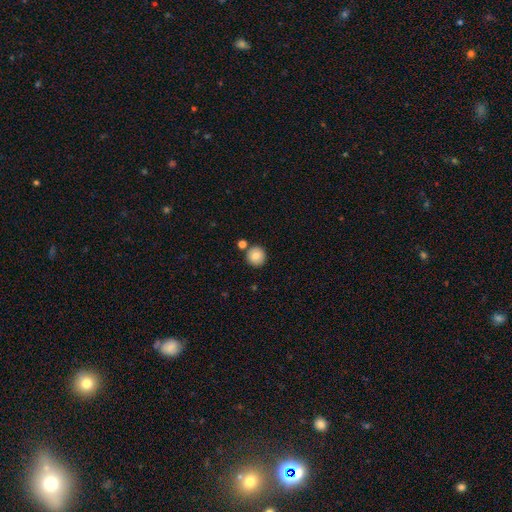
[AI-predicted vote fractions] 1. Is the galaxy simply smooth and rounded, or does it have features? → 83% smooth, 9% star or artifact, 8% featured or disk.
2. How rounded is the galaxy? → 95% round, 4% in between, 1% cigar-shaped.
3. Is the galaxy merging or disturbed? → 82% none, 9% merger, 7% minor disturbance, 2% major disturbance.